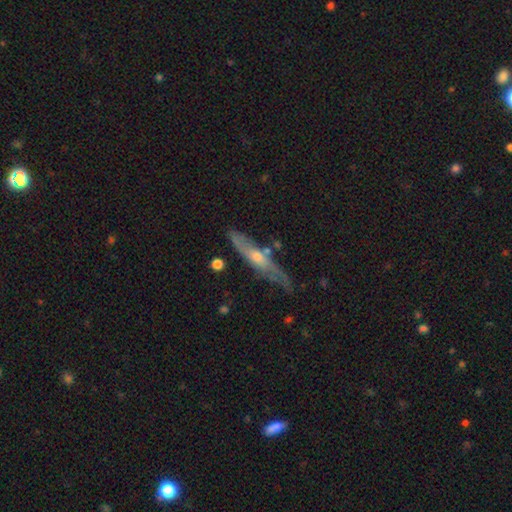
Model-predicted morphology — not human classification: The model was most divided on "smooth or featured": featured or disk: 62%, smooth: 31%, star or artifact: 6%. More confident: edge-on disk — yes (71%); merging — none (66%).